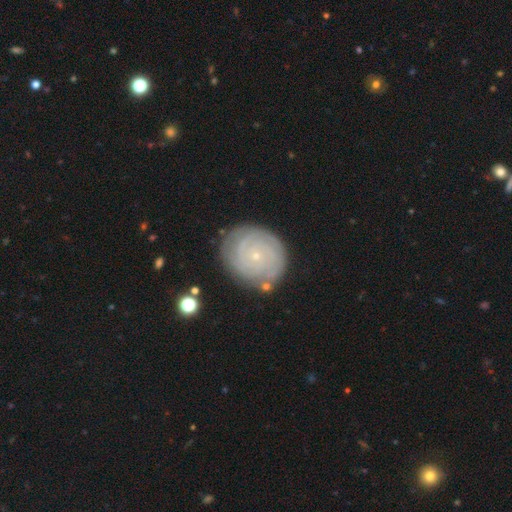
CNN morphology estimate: Q: Smooth or featured?
A: featured or disk (75%); runner-up: smooth (18%)
Q: Edge-on disk?
A: no (98%); runner-up: yes (2%)
Q: Bar?
A: no (86%); runner-up: weak (11%)
Q: Spiral arms?
A: yes (92%); runner-up: no (8%)
Q: Spiral winding?
A: tight (85%); runner-up: medium (12%)
Q: Spiral arm count?
A: can't tell (37%); runner-up: 2 (20%)
Q: Bulge size?
A: small (89%); runner-up: moderate (7%)
Q: Merging?
A: none (80%); runner-up: minor disturbance (14%)